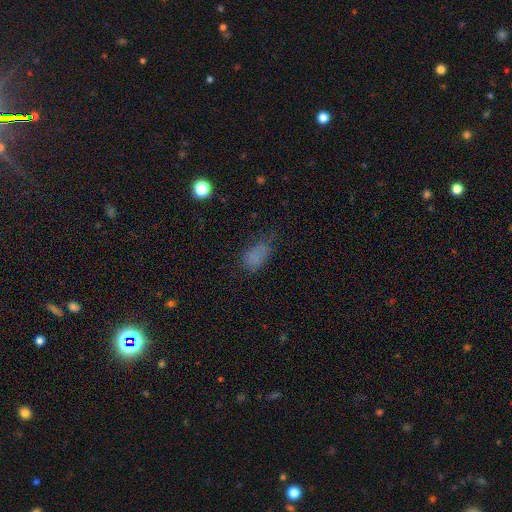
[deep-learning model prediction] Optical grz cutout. It shows a smooth galaxy with no disk features (72%) that is in between round and cigar-shaped (86%). Merging: none (48%).